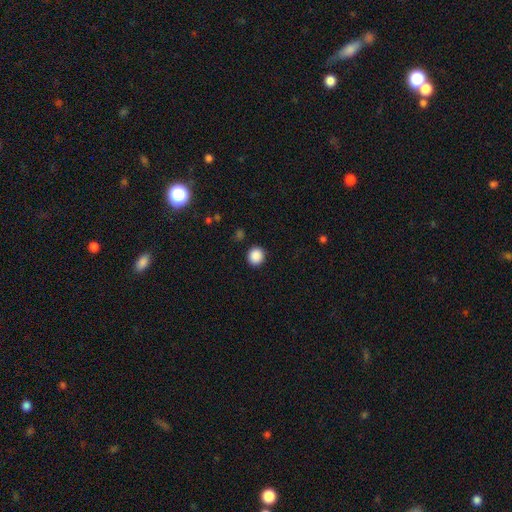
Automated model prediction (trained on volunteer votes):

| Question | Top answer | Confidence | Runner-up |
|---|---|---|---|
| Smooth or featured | smooth | 88% | star or artifact (9%) |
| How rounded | round | 87% | in between (12%) |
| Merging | none | 91% | minor disturbance (6%) |